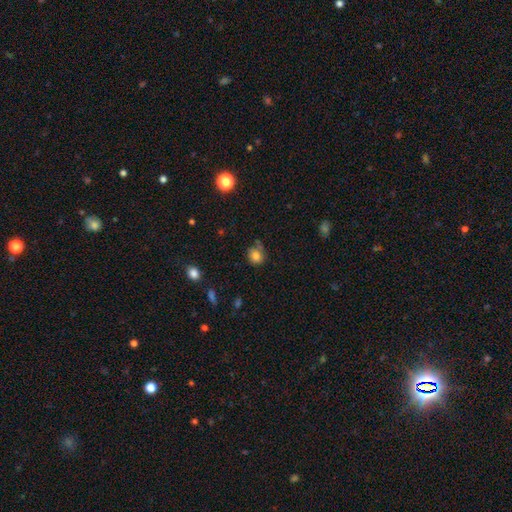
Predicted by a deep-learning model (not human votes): Smooth or featured: smooth — 81% (star or artifact — 12%)
How rounded: round — 74% (in between — 25%)
Merging: none — 63% (minor disturbance — 22%)